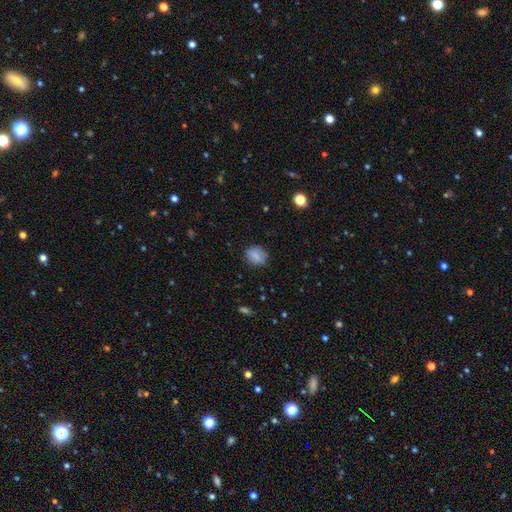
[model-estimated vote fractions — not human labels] Smooth or featured? Predicted: smooth (p=0.81). How rounded? Predicted: round (p=0.62). Merging? Predicted: none (p=0.82).